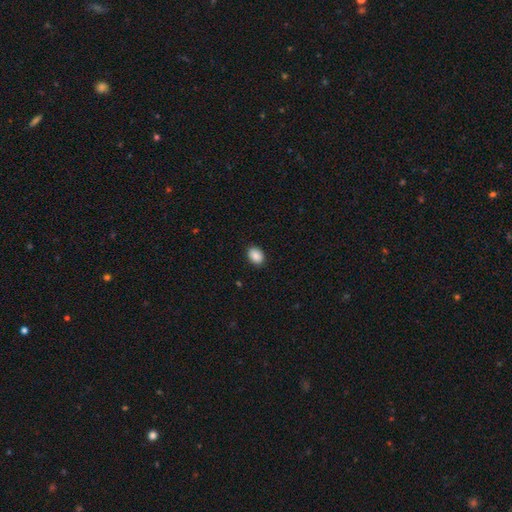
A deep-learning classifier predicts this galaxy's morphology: Smooth or featured? smooth (89%)
How rounded? in between (71%)
Merging? none (89%)